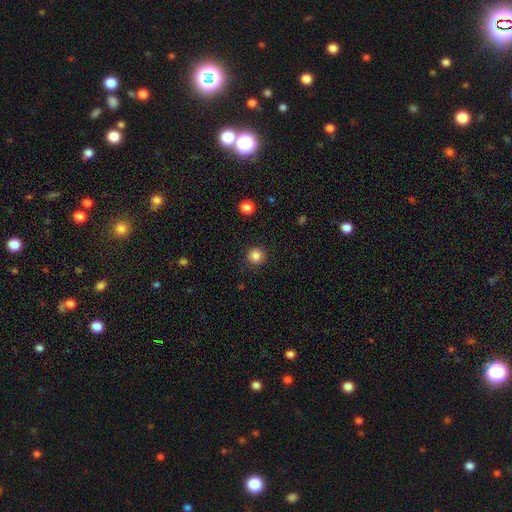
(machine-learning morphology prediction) This appears to be a smooth galaxy with no disk features (84%) that is round (95%). Merging: none (91%).